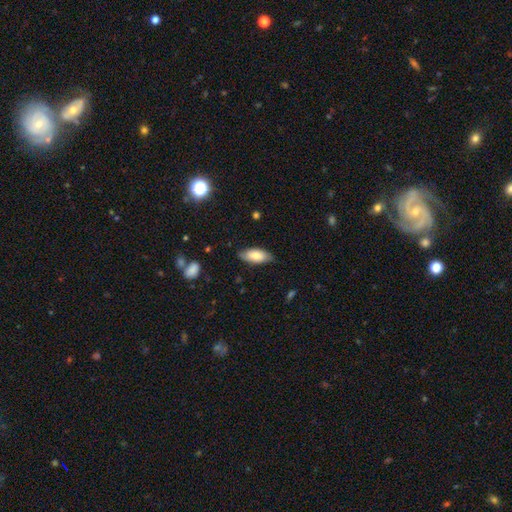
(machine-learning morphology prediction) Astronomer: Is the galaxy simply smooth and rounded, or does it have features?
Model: smooth — 73%.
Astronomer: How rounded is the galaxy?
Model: in between — 89%.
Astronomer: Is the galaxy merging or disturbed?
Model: none — 77%.